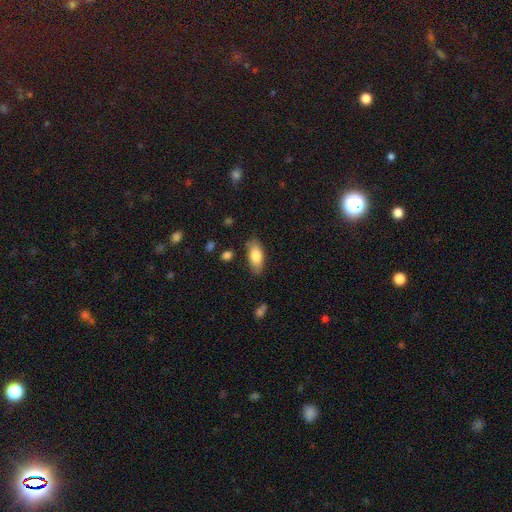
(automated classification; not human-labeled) smooth 80%, featured or disk 14%, star or artifact 7%. Down the decision tree: how rounded — in between (84%); merging — none (78%).